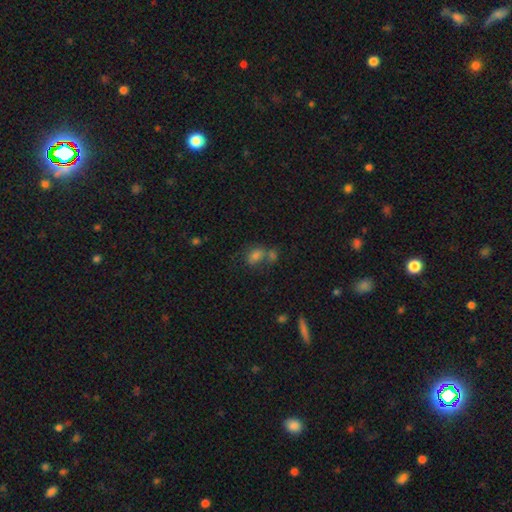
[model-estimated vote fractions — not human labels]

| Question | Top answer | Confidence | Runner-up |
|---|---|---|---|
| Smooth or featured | smooth | 70% | star or artifact (17%) |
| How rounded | in between | 75% | round (23%) |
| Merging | none | 41% | merger (39%) |